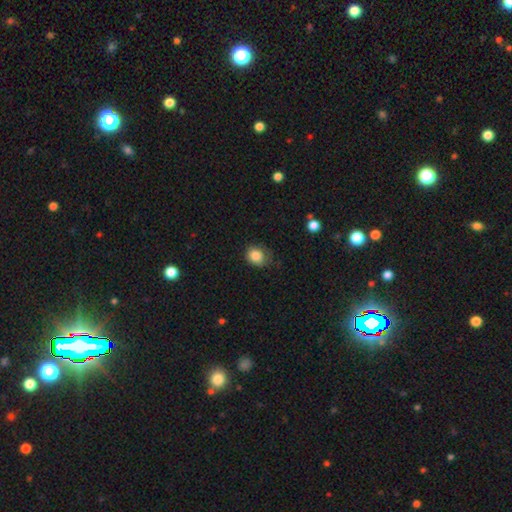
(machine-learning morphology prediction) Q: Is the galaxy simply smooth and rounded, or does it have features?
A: smooth — 84%.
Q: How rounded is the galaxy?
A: round — 65%.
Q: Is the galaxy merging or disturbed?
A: none — 63%.